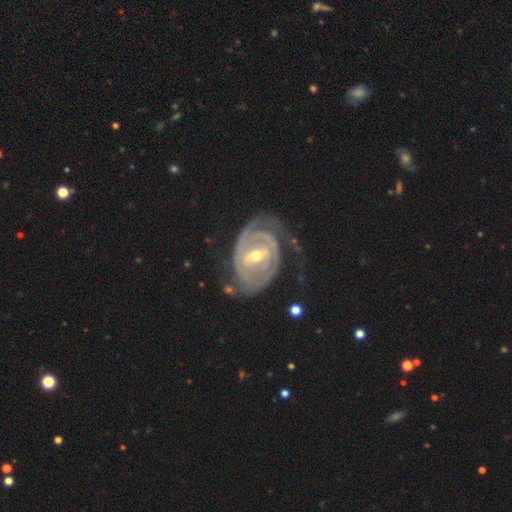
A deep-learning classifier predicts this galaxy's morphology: A featured or disk galaxy (89%) with a strong bar (44%), 2 (56%) tight (66%) spiral arms (94%) and a moderate central bulge (51%). Merging: none (58%).